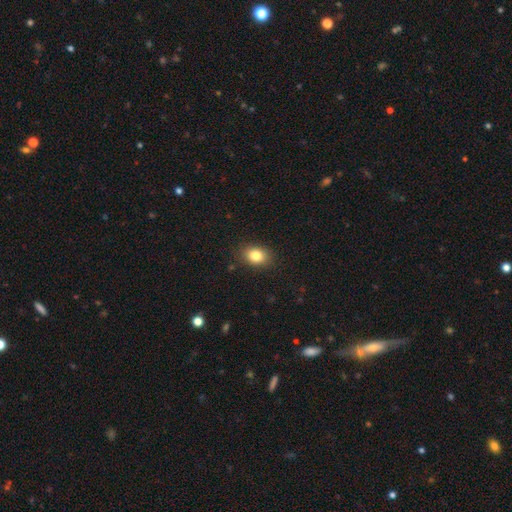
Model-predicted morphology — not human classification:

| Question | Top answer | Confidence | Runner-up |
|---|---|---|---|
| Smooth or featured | smooth | 83% | star or artifact (10%) |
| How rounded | in between | 68% | round (31%) |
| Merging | none | 87% | minor disturbance (10%) |